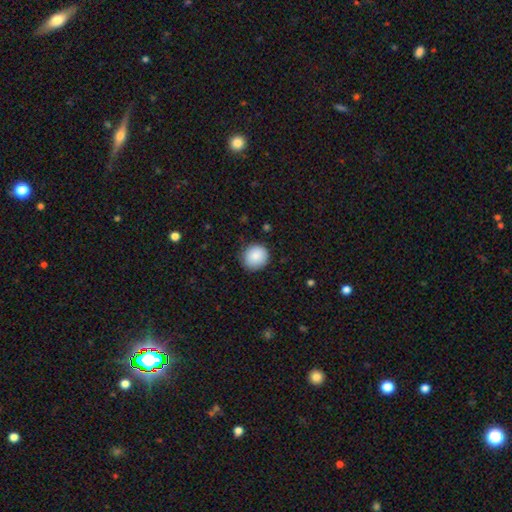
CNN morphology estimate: Smooth or featured: smooth — 87% (star or artifact — 8%)
How rounded: round — 90% (in between — 9%)
Merging: none — 85% (minor disturbance — 11%)